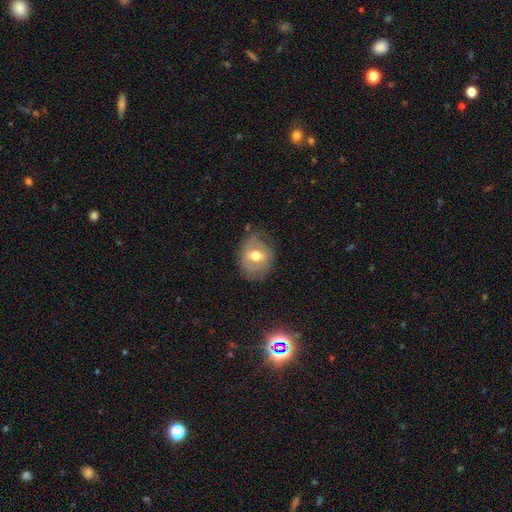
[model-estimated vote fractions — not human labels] Morphology: type=featured or disk (49%); merging=none (66%).